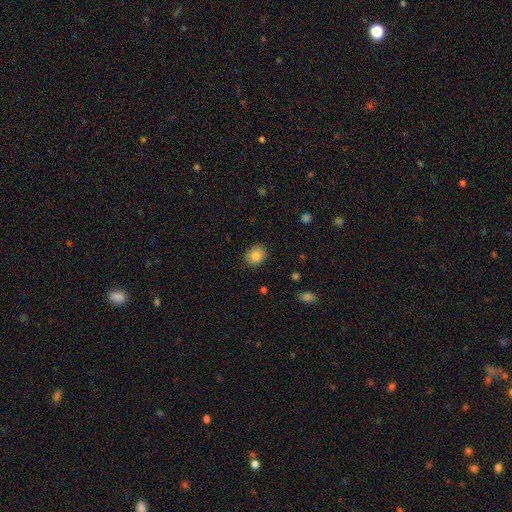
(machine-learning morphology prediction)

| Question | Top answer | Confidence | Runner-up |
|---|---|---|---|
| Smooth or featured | smooth | 83% | star or artifact (9%) |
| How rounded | round | 56% | in between (43%) |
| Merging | none | 87% | minor disturbance (10%) |